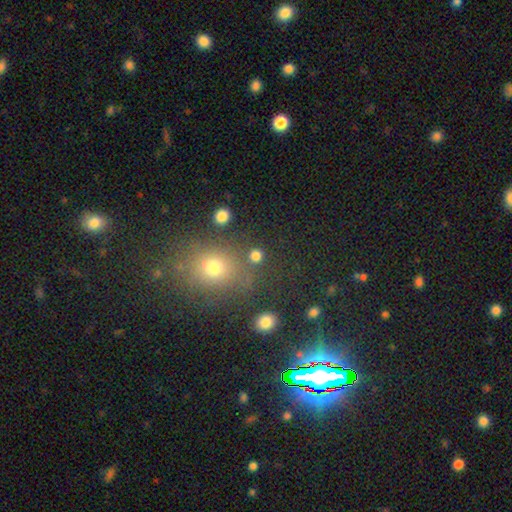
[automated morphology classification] smooth-or-featured: smooth: 80% | star or artifact: 15% | featured or disk: 6%
  how-rounded: round: 88% | in between: 11% | cigar-shaped: 1%
  merging: none: 78% | merger: 10% | minor disturbance: 8% | major disturbance: 4%